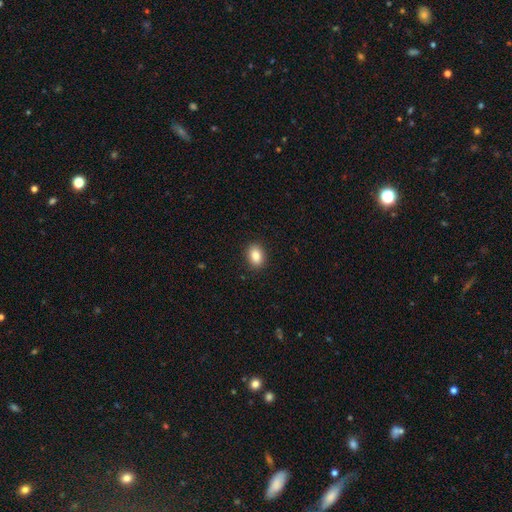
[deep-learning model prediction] smooth 86%, star or artifact 8%, featured or disk 6%. Down the decision tree: how rounded — in between (76%); merging — none (90%).